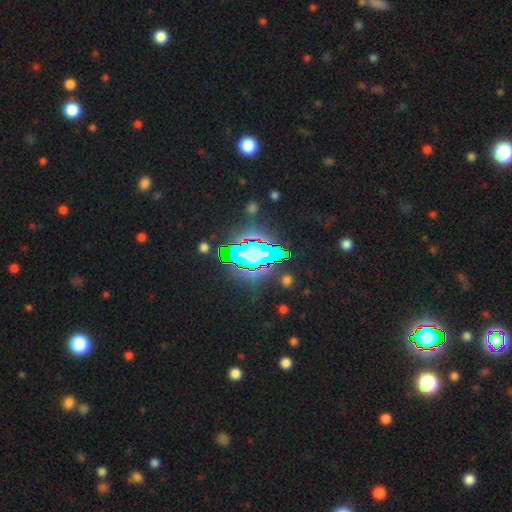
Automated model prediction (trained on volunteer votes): smooth-or-featured: star or artifact: 75% | smooth: 14% | featured or disk: 11%